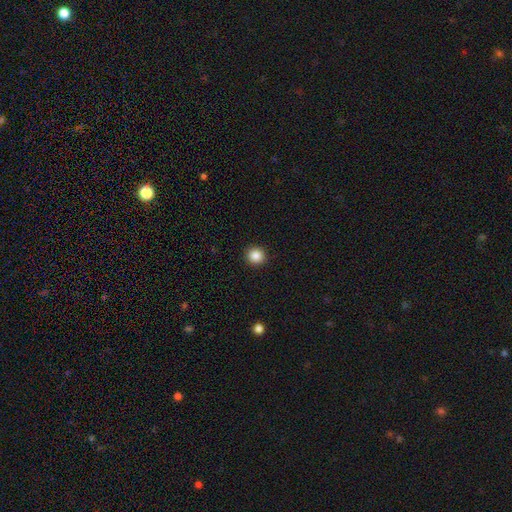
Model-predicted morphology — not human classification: A smooth galaxy with no disk features (86%) that is round (94%). Merging: none (93%).